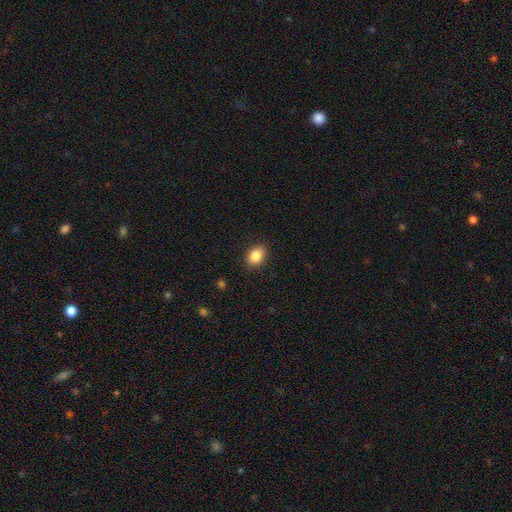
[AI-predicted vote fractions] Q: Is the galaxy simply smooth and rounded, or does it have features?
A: smooth — 86%.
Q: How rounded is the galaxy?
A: in between — 73%.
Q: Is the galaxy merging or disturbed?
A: none — 88%.